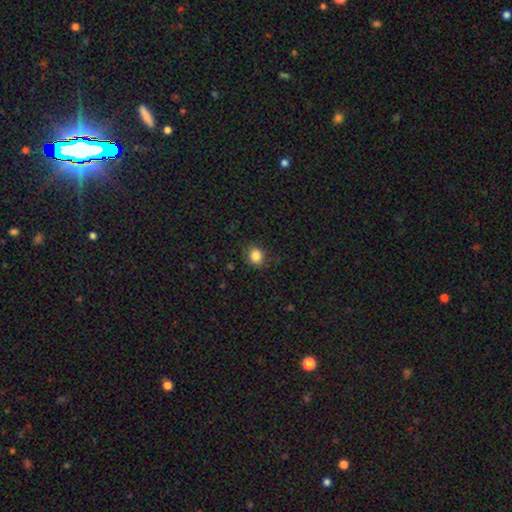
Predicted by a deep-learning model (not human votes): smooth_or_featured: smooth (p=0.85) [alt: star or artifact p=0.10]
how_rounded: round (p=0.78) [alt: in between p=0.21]
merging: none (p=0.84) [alt: minor disturbance p=0.11]